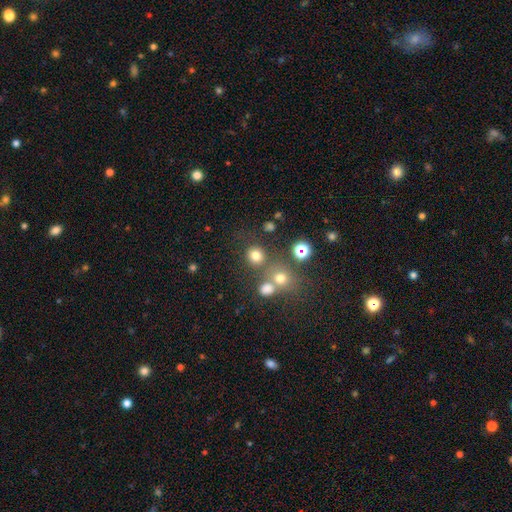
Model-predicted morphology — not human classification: smooth_or_featured: smooth (p=0.74) [alt: star or artifact p=0.18]
how_rounded: round (p=0.84) [alt: in between p=0.15]
merging: none (p=0.71) [alt: merger p=0.14]